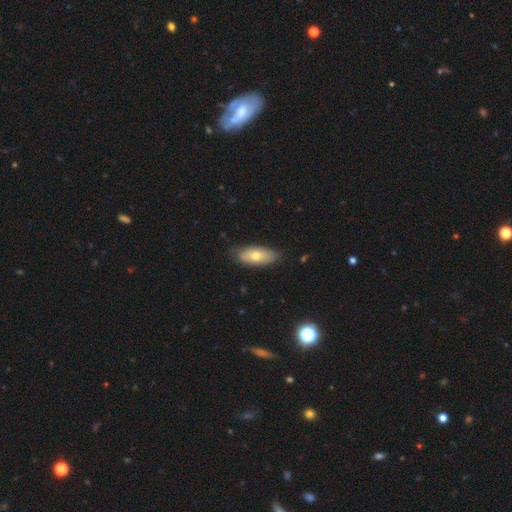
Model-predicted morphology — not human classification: Smooth or featured? smooth (65%)
How rounded? in between (83%)
Merging? none (80%)